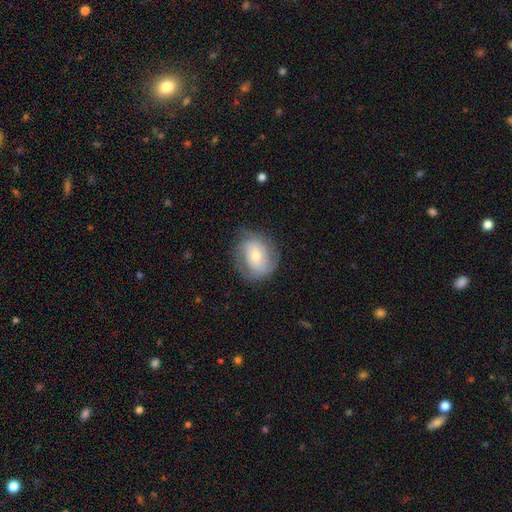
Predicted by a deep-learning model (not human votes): smooth_or_featured: featured or disk (p=0.53) [alt: smooth p=0.40]
disk_edge_on: no (p=0.96) [alt: yes p=0.04]
bar: no (p=0.58) [alt: weak p=0.32]
has_spiral_arms: yes (p=0.76) [alt: no p=0.24]
bulge_size: moderate (p=0.51) [alt: small p=0.42]
merging: none (p=0.69) [alt: minor disturbance p=0.21]